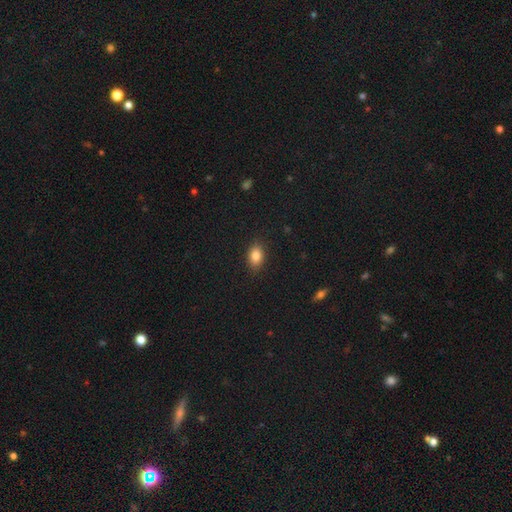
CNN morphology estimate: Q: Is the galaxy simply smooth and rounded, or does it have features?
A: smooth — 85%.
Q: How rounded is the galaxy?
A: in between — 84%.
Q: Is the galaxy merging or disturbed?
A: none — 86%.